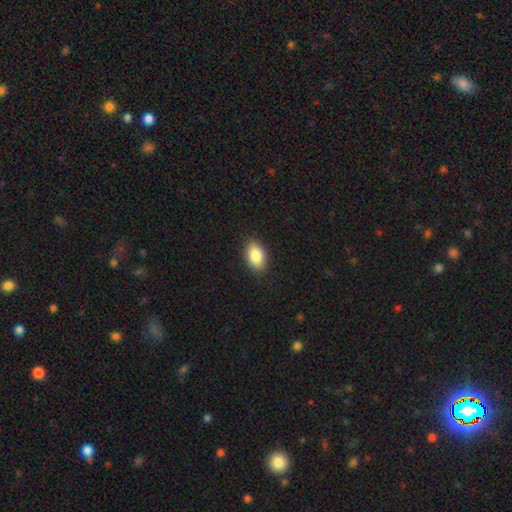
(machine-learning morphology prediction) The model was most divided on "merging": none: 87%, minor disturbance: 9%, major disturbance: 2%, merger: 1%. More confident: how rounded — in between (90%); smooth or featured — smooth (87%).